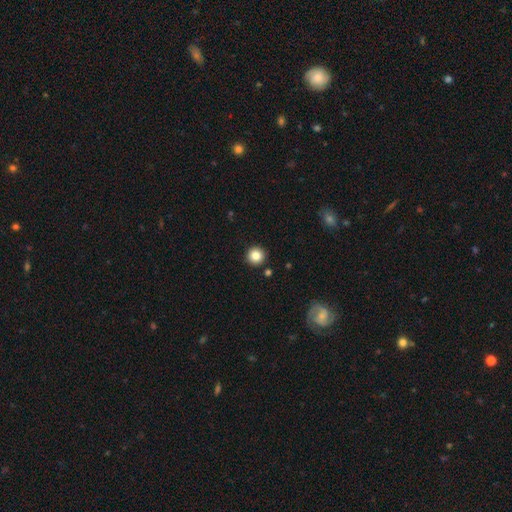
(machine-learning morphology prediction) Smooth or featured?
  - smooth: 85% *
  - star or artifact: 10%
  - featured or disk: 5%
How rounded?
  - round: 94% *
  - in between: 5%
  - cigar-shaped: 1%
Merging?
  - none: 91% *
  - minor disturbance: 5%
  - merger: 2%
  - major disturbance: 2%